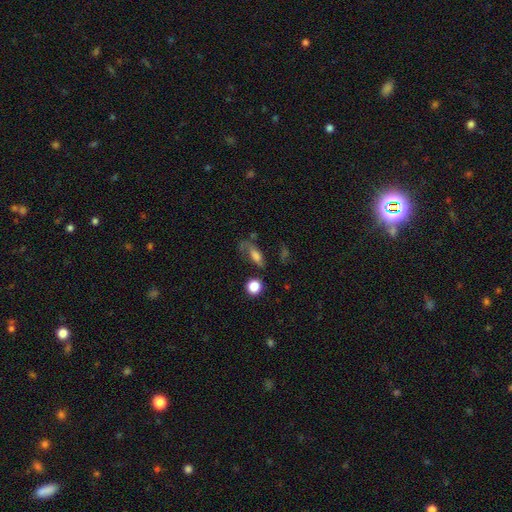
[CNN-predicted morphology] Smooth or featured: smooth — 60% (featured or disk — 26%)
How rounded: in between — 69% (cigar-shaped — 21%)
Merging: none — 42% (major disturbance — 28%)